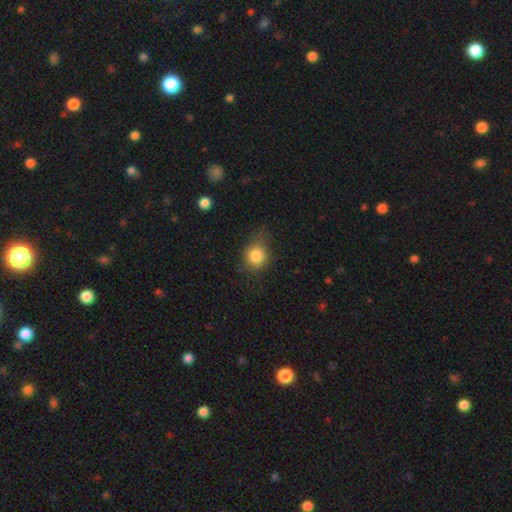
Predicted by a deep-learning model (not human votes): Morphology: type=smooth (82%); roundness=round (73%); merging=none (58%).